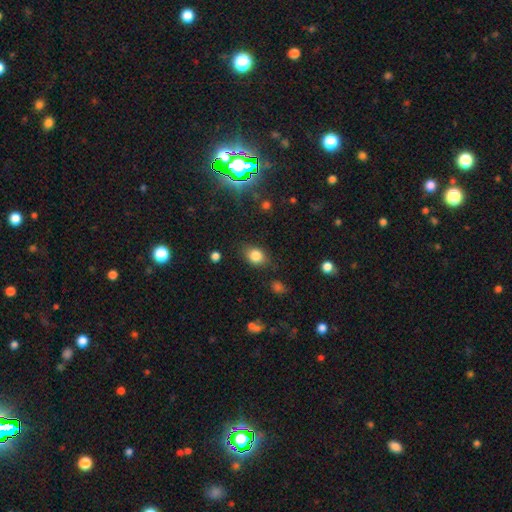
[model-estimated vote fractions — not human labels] This is clearly a smooth galaxy (81%). How rounded: possibly in between (56%). Merging: likely none (75%).